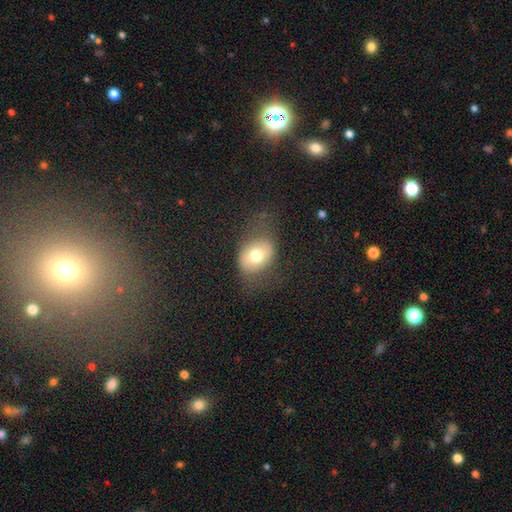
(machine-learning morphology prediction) Overall: smooth (67%). How rounded: in between (61%; round 38%). Merging: none (59%; minor disturbance 23%).